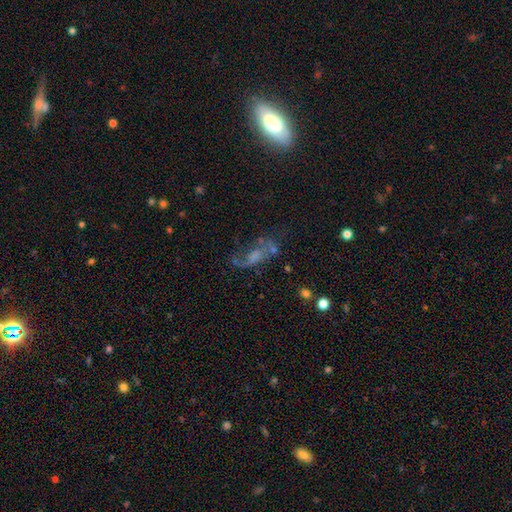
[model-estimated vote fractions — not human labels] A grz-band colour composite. It shows a featured or disk galaxy (54%). Merging: none (41%).